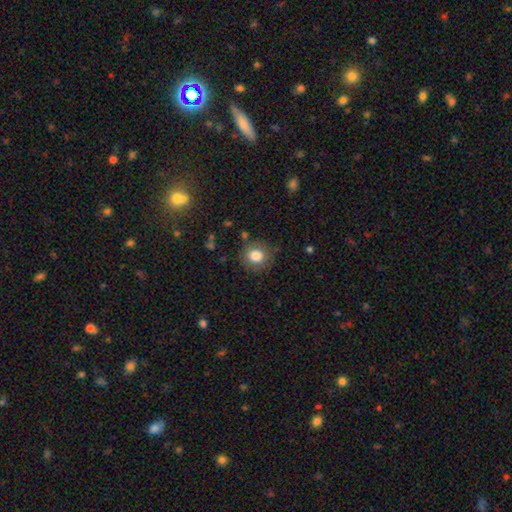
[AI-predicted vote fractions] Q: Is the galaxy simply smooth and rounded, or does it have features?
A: smooth — 81%.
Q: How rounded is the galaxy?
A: round — 87%.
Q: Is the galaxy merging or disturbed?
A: none — 84%.